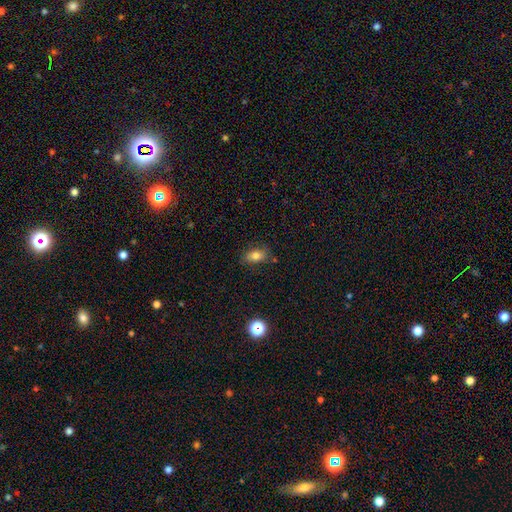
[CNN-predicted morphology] Smooth or featured? Predicted: smooth (p=0.77). How rounded? Predicted: in between (p=0.83). Merging? Predicted: none (p=0.78).